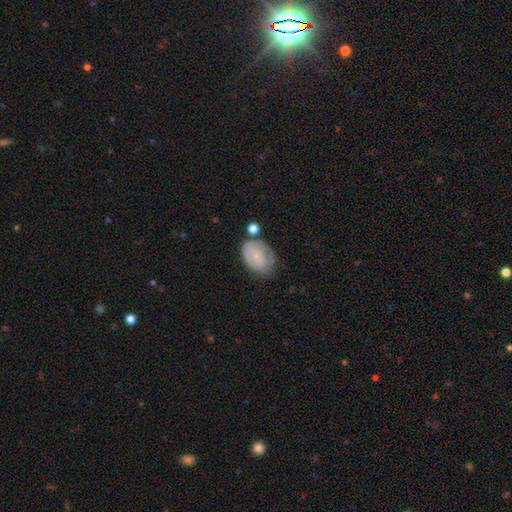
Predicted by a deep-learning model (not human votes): Smooth or featured: smooth — 68% (featured or disk — 24%)
How rounded: in between — 79% (round — 19%)
Merging: none — 54% (minor disturbance — 28%)